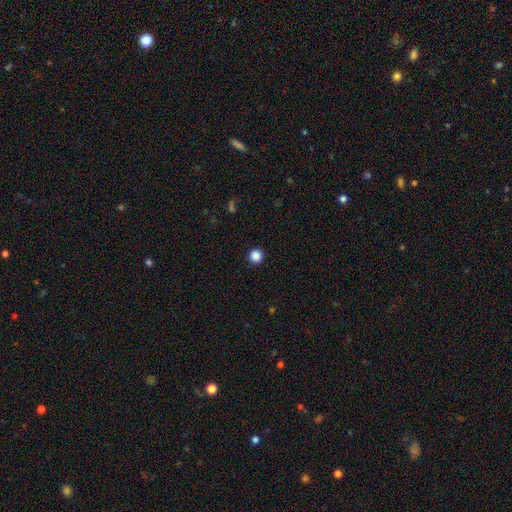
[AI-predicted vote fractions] A smooth galaxy with no disk features (86%) that is round (96%). Merging: none (93%).